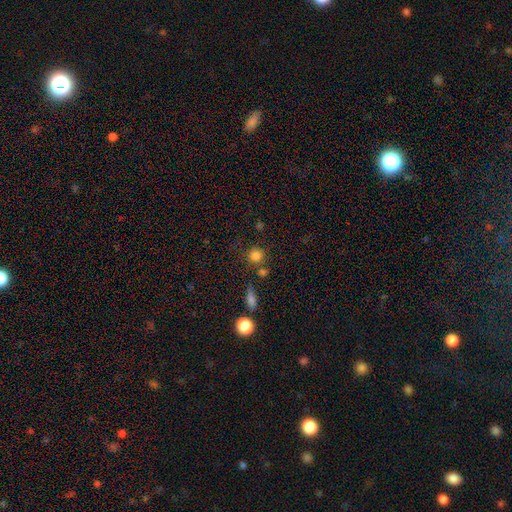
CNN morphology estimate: The model was most divided on "merging": none: 76%, merger: 11%, minor disturbance: 10%, major disturbance: 4%. More confident: how rounded — round (92%); smooth or featured — smooth (82%).